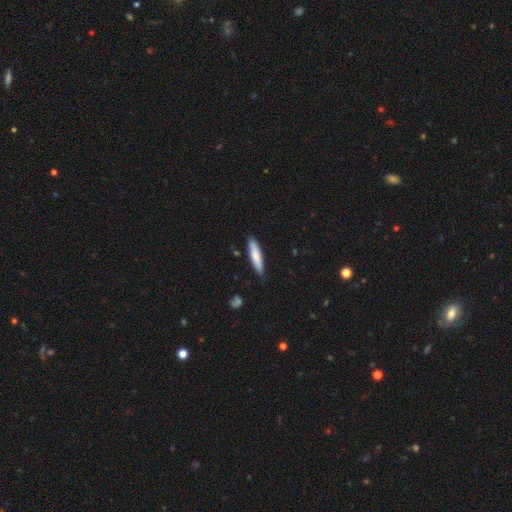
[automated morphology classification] Q: Smooth or featured?
A: smooth (79%); runner-up: featured or disk (15%)
Q: How rounded?
A: cigar-shaped (81%); runner-up: in between (18%)
Q: Merging?
A: none (83%); runner-up: minor disturbance (13%)